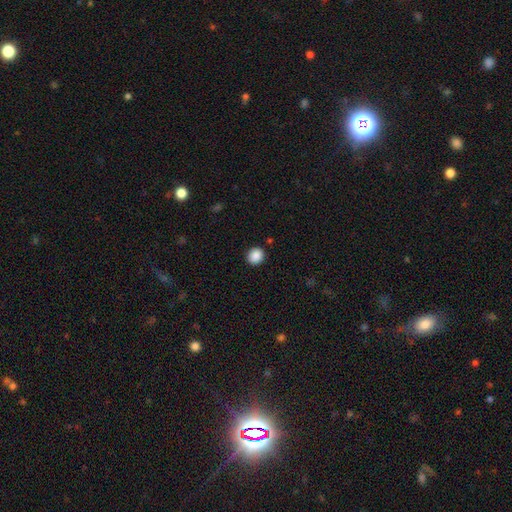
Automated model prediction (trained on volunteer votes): A smooth galaxy with no disk features (88%) that is round (78%).

Vote fractions:
- Smooth or featured? smooth: 88% / star or artifact: 9% / featured or disk: 3%
- How rounded? round: 78% / in between: 21% / cigar-shaped: 1%
- Merging? none: 90% / minor disturbance: 6% / major disturbance: 2% / merger: 1%